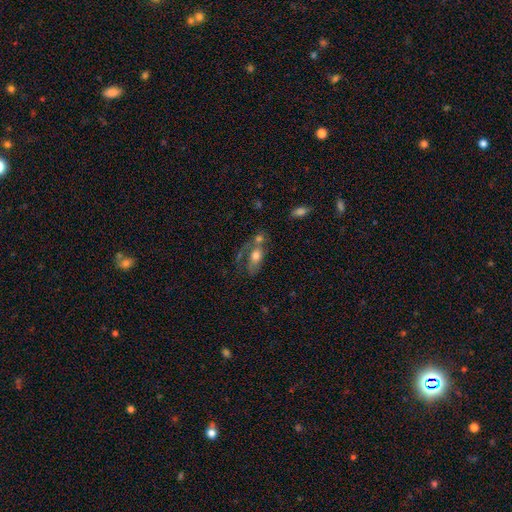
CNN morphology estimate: The model was most divided on "smooth or featured": smooth: 51%, featured or disk: 41%, star or artifact: 9%. Remaining: how rounded — in between (82%); merging — merger (43%).